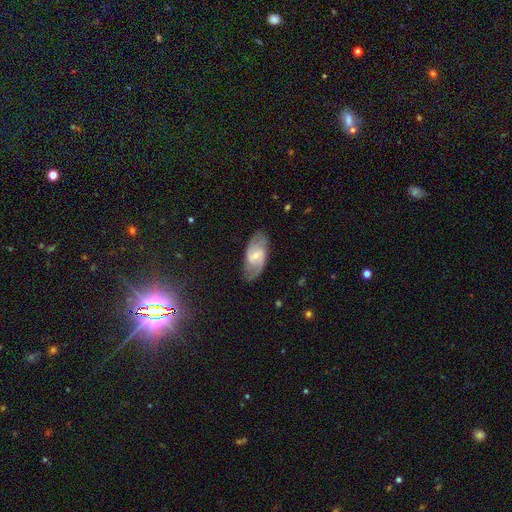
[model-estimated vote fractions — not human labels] smooth_or_featured: featured or disk (p=0.71) [alt: smooth p=0.23]
disk_edge_on: no (p=0.94) [alt: yes p=0.06]
bar: weak (p=0.53) [alt: no p=0.33]
has_spiral_arms: yes (p=0.90) [alt: no p=0.10]
spiral_winding: medium (p=0.49) [alt: tight p=0.29]
spiral_arm_count: 2 (p=0.77) [alt: can't tell p=0.14]
bulge_size: small (p=0.59) [alt: moderate p=0.36]
merging: none (p=0.77) [alt: minor disturbance p=0.16]